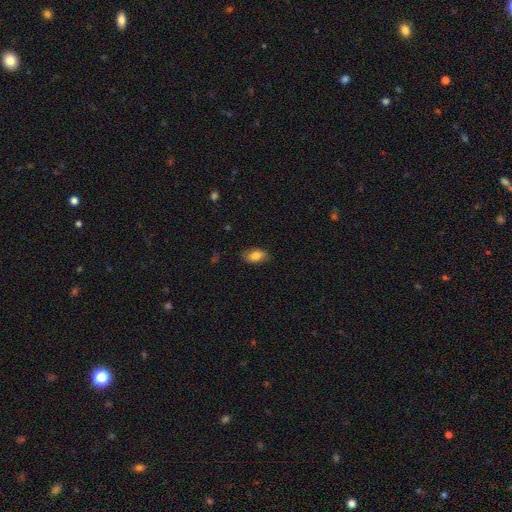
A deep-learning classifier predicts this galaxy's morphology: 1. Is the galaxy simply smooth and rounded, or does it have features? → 81% smooth, 11% featured or disk, 8% star or artifact.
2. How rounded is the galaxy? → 91% in between, 6% round, 3% cigar-shaped.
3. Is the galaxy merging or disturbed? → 81% none, 15% minor disturbance, 3% major disturbance, 1% merger.